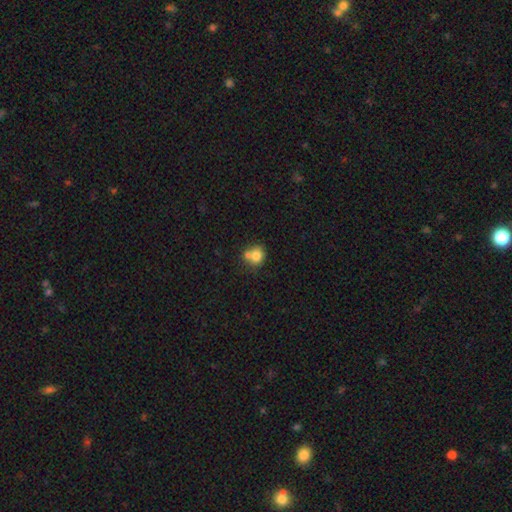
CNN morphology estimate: smooth 77%, featured or disk 13%, star or artifact 10%. Down the decision tree: how rounded — round (75%); merging — none (43%).